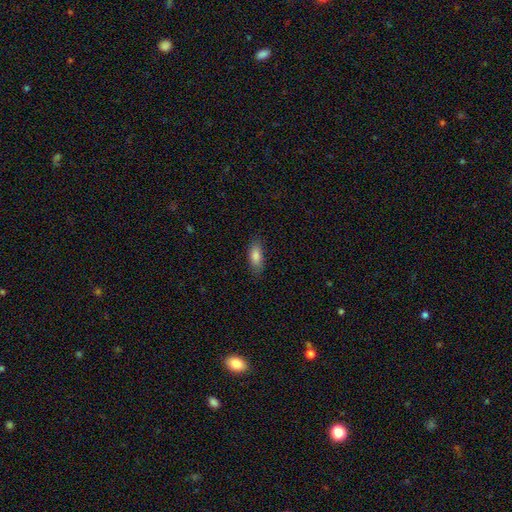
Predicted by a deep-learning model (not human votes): smooth 84%, featured or disk 9%, star or artifact 7%. Down the decision tree: how rounded — in between (80%); merging — none (84%).